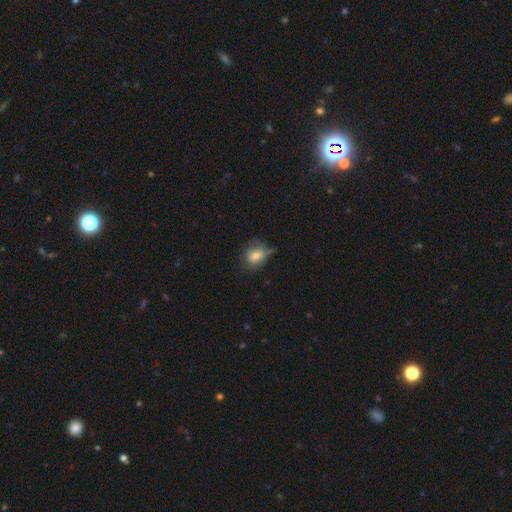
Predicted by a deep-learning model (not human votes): Q: Smooth or featured?
A: smooth (73%); runner-up: featured or disk (17%)
Q: How rounded?
A: in between (51%); runner-up: round (47%)
Q: Merging?
A: none (49%); runner-up: minor disturbance (33%)